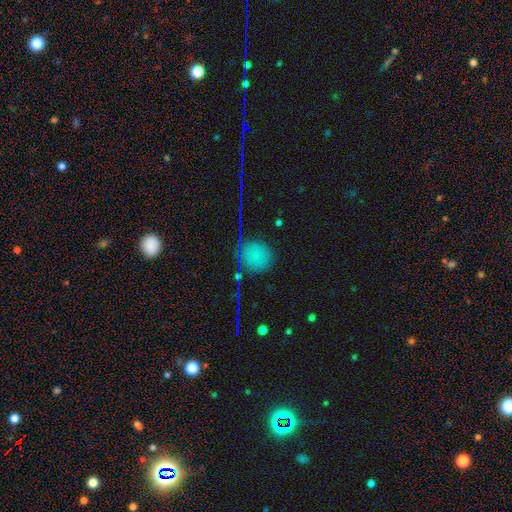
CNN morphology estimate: This is likely a smooth galaxy (62%). How rounded: clearly round (86%). Merging: likely none (79%).